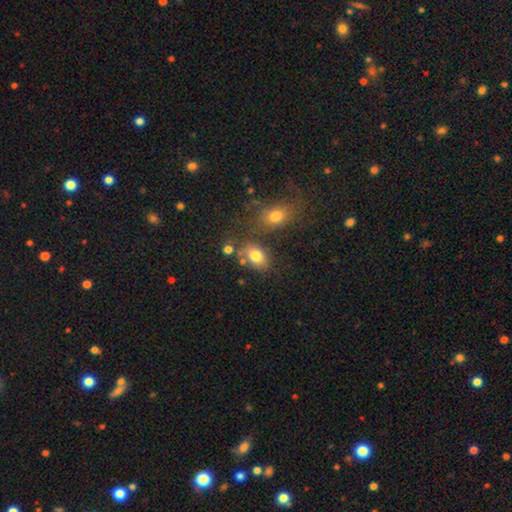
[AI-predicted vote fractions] This appears to be a smooth galaxy with no disk features (78%) that is in between round and cigar-shaped (78%). Merging: none (61%).